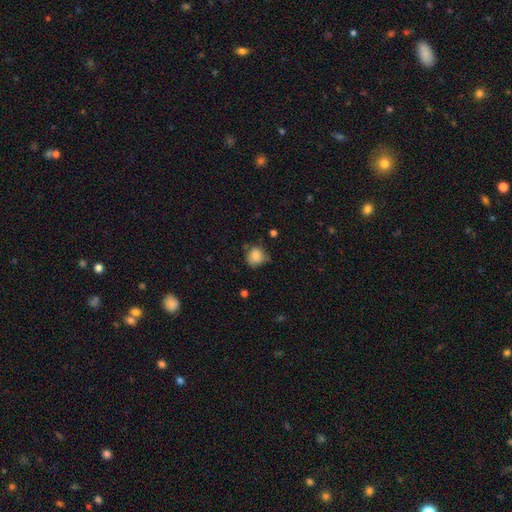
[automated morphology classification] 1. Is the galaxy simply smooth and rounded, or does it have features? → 80% smooth, 10% featured or disk, 10% star or artifact.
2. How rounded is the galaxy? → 74% round, 25% in between, 1% cigar-shaped.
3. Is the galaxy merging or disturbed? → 55% none, 32% minor disturbance, 10% major disturbance, 3% merger.